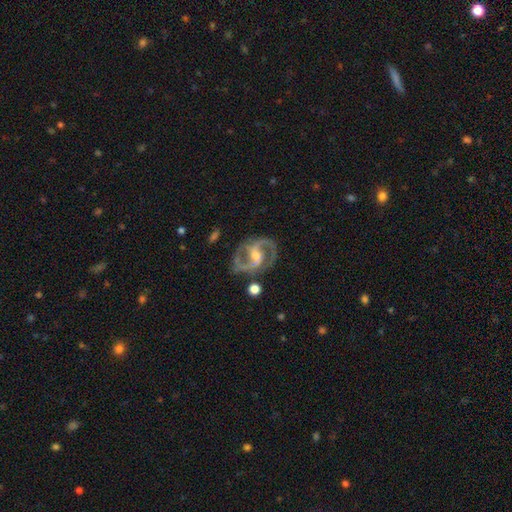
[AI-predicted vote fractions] smooth-or-featured: featured or disk: 92% | star or artifact: 5% | smooth: 4%
  disk-edge-on: no: 98% | yes: 2%
    bar: weak: 46% | strong: 34% | no: 20%
    has-spiral-arms: yes: 98% | no: 2%
      spiral-winding: medium: 65% | tight: 20% | loose: 15%
      spiral-arm-count: 2: 93% | 3: 2% | can't tell: 2% | 1: 1% | 4: 1% | more than 4: 1%
    bulge-size: small: 46% | moderate: 44% | none: 5% | large: 4% | dominant: 1%
  merging: none: 78% | minor disturbance: 14% | major disturbance: 6% | merger: 3%